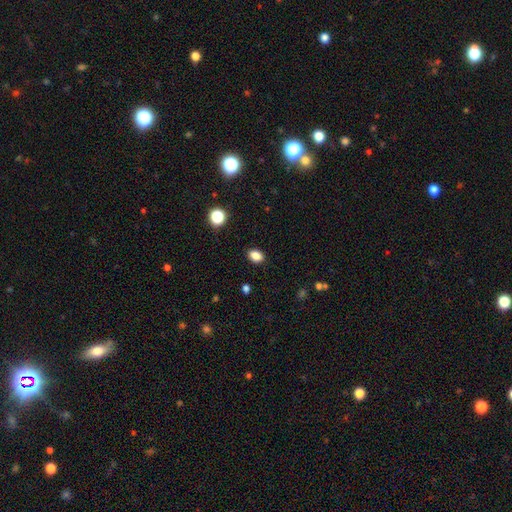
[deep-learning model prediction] A smooth galaxy with no disk features (85%) that is in between round and cigar-shaped (76%). Merging: none (89%).